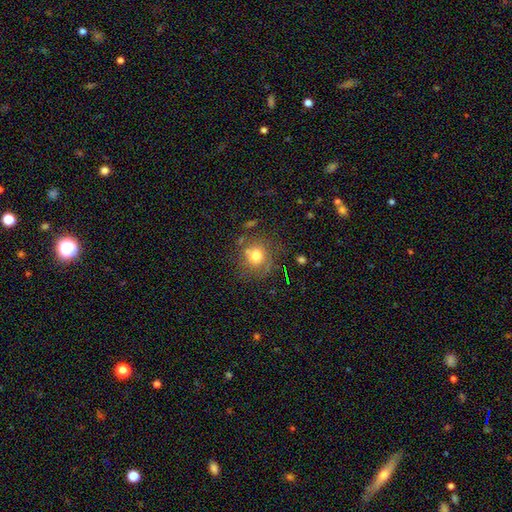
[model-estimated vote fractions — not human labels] This appears to be a smooth galaxy with no disk features (72%) that is round (85%). Merging: none (70%).